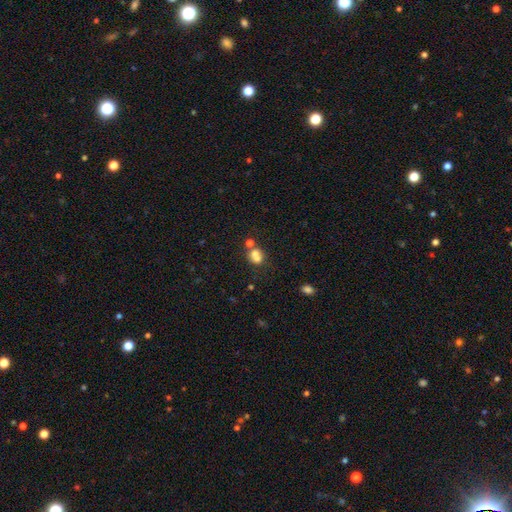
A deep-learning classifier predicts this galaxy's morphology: smooth_or_featured: smooth (p=0.70) [alt: featured or disk p=0.16]
how_rounded: round (p=0.59) [alt: in between p=0.40]
merging: merger (p=0.50) [alt: none p=0.34]